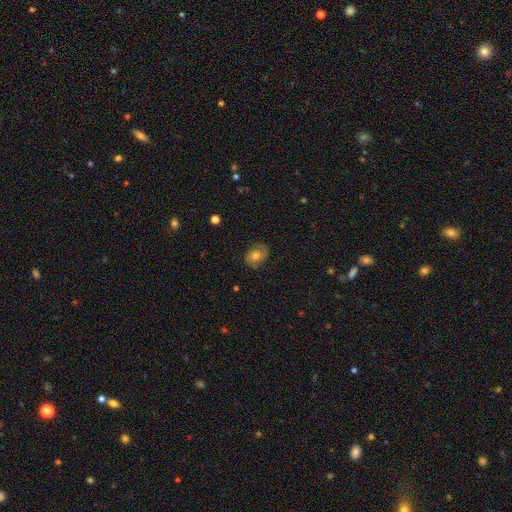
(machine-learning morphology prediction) Q: Smooth or featured?
A: smooth (62%); runner-up: featured or disk (28%)
Q: How rounded?
A: in between (55%); runner-up: round (44%)
Q: Merging?
A: none (78%); runner-up: minor disturbance (17%)